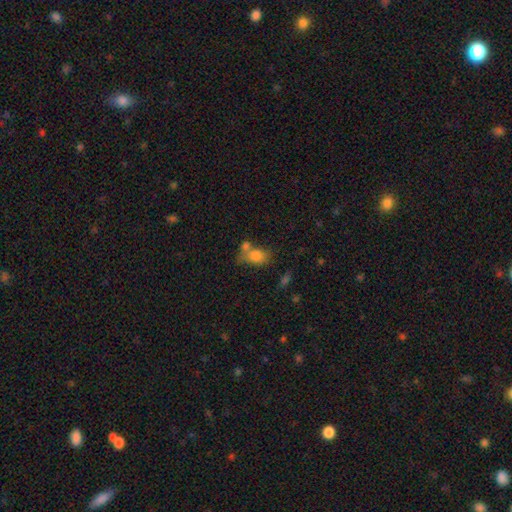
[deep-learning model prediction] A smooth galaxy with no disk features (78%) that is in between round and cigar-shaped (73%). Merging: none (39%).